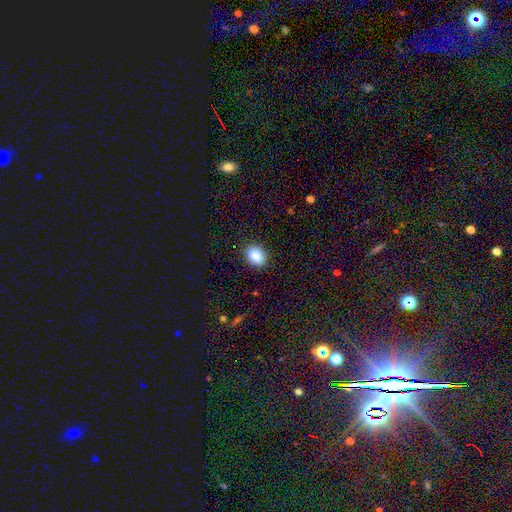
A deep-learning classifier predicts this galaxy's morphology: This is clearly a smooth galaxy (88%). How rounded: likely in between (68%). Merging: clearly none (89%).